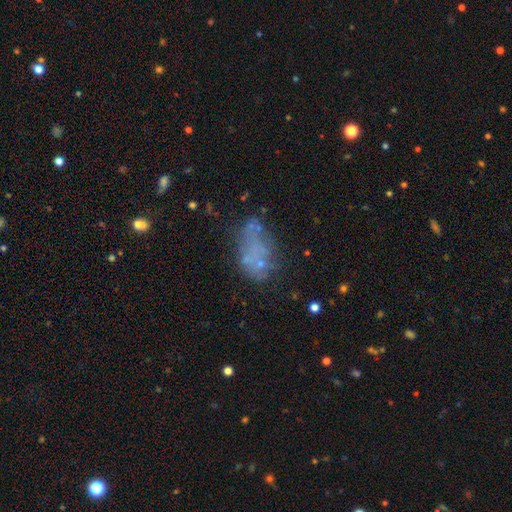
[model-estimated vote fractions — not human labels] Smooth or featured: smooth — 41% (featured or disk — 38%)
Merging: none — 43% (minor disturbance — 22%)